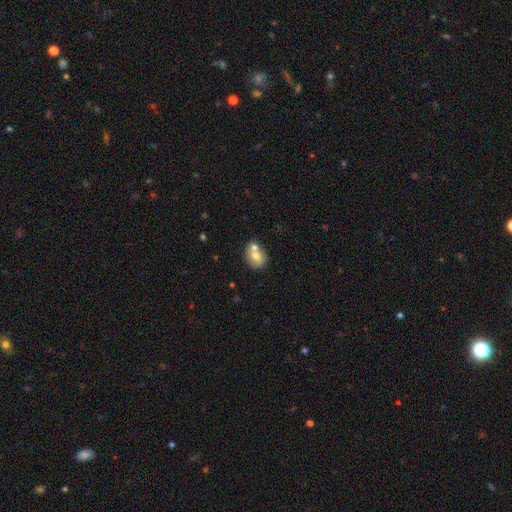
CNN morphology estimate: smooth_or_featured: smooth (p=0.70) [alt: featured or disk p=0.21]
how_rounded: round (p=0.60) [alt: in between p=0.39]
merging: none (p=0.46) [alt: merger p=0.40]